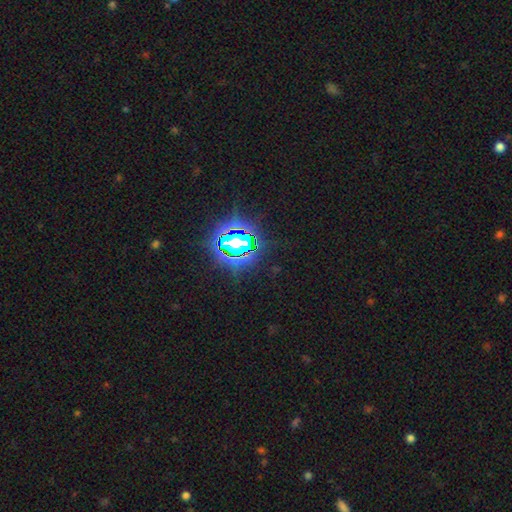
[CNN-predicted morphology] Overall: star or artifact (80%).